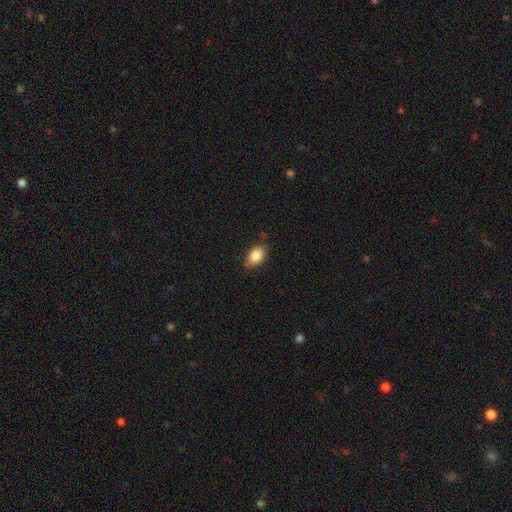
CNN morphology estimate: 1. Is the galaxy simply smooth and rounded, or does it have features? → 86% smooth, 8% star or artifact, 7% featured or disk.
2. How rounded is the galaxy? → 88% in between, 11% round, 2% cigar-shaped.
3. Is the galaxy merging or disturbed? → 81% none, 15% minor disturbance, 3% major disturbance, 1% merger.